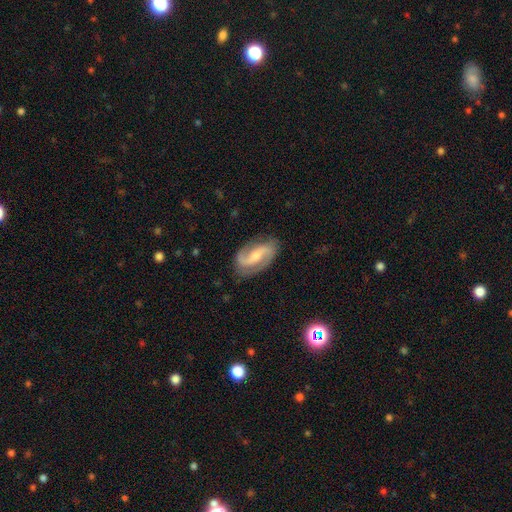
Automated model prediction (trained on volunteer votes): This appears to be a featured or disk galaxy (86%) with a weak bar (42%), 2 (92%) medium (46%) spiral arms (97%) and a moderate central bulge (48%). Merging: none (80%).